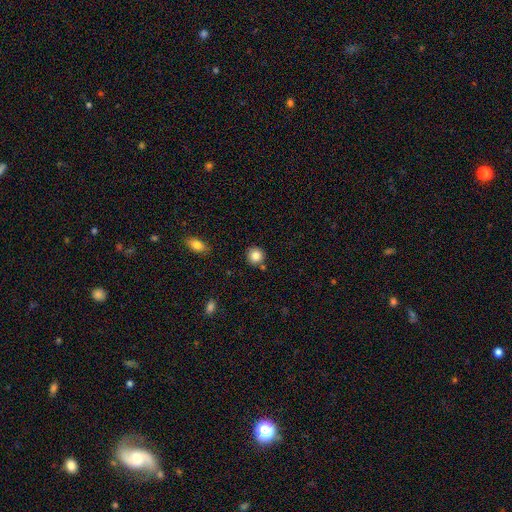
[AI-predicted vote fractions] smooth_or_featured: smooth (p=0.84) [alt: star or artifact p=0.10]
how_rounded: round (p=0.92) [alt: in between p=0.07]
merging: none (p=0.83) [alt: minor disturbance p=0.08]